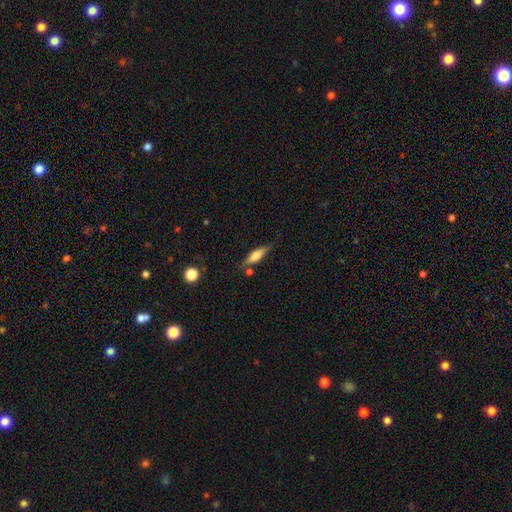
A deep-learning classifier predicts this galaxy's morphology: Smooth or featured: featured or disk — 48% (smooth — 45%)
Merging: none — 75% (minor disturbance — 15%)